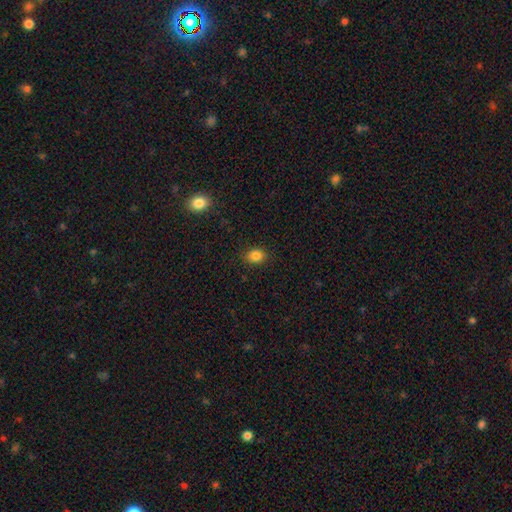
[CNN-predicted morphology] This appears to be a smooth galaxy with no disk features (84%) that is in between round and cigar-shaped (54%). Merging: none (87%).